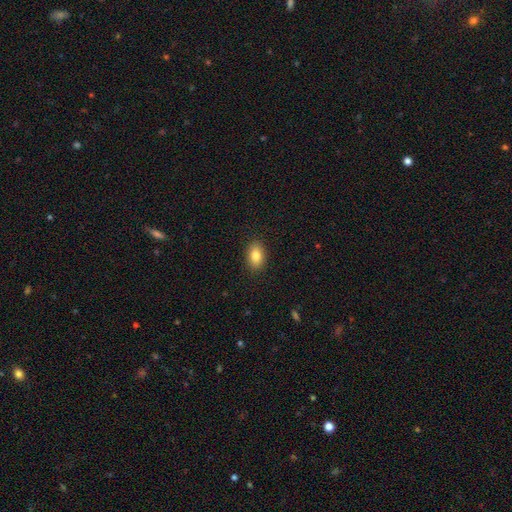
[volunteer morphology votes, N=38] Smooth or featured: smooth — 89% (featured or disk — 8%)
How rounded: in between — 79% (round — 18%)
Merging: none — 92% (minor disturbance — 5%)